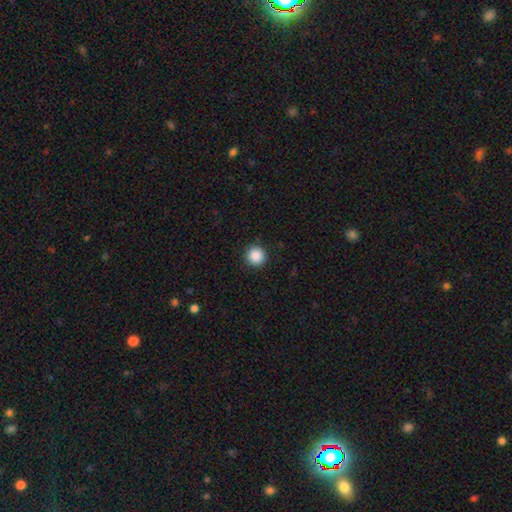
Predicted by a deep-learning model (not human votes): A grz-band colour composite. It shows a smooth galaxy with no disk features (88%) that is round (96%). Merging: none (92%).